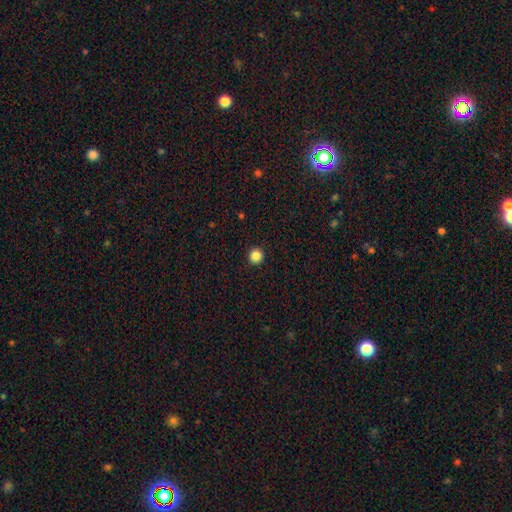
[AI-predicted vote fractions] A smooth galaxy with no disk features (86%) that is round (95%).

Vote fractions:
- Smooth or featured? smooth: 86% / star or artifact: 11% / featured or disk: 4%
- How rounded? round: 95% / in between: 4% / cigar-shaped: 1%
- Merging? none: 93% / minor disturbance: 4% / major disturbance: 1% / merger: 1%